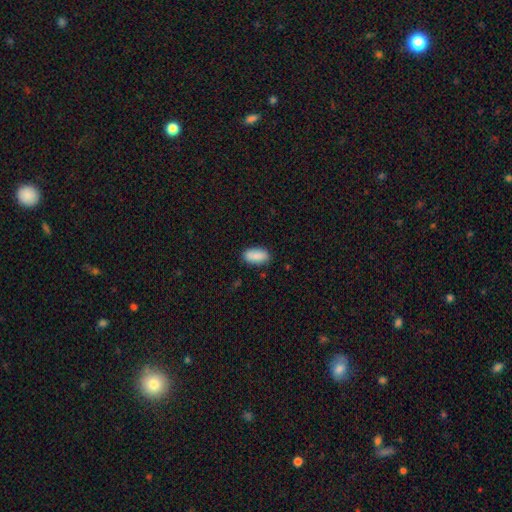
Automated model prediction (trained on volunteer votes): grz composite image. It shows a smooth galaxy with no disk features (88%) that is in between round and cigar-shaped (92%). Merging: none (83%).